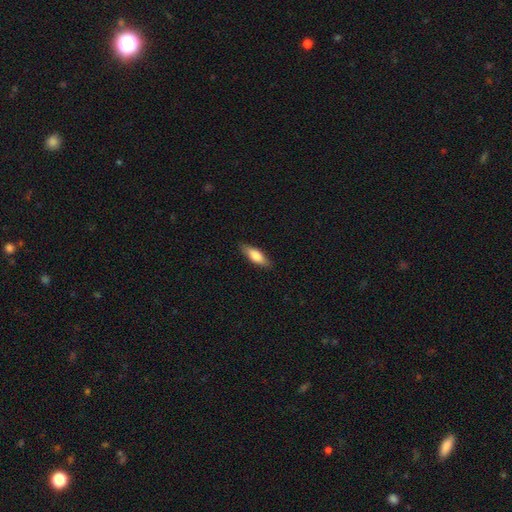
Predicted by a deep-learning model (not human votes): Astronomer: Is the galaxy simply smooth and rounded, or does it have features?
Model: smooth — 77%.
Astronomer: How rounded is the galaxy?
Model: in between — 59% (runner-up: cigar-shaped, 39%).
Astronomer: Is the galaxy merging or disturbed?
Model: none — 86%.